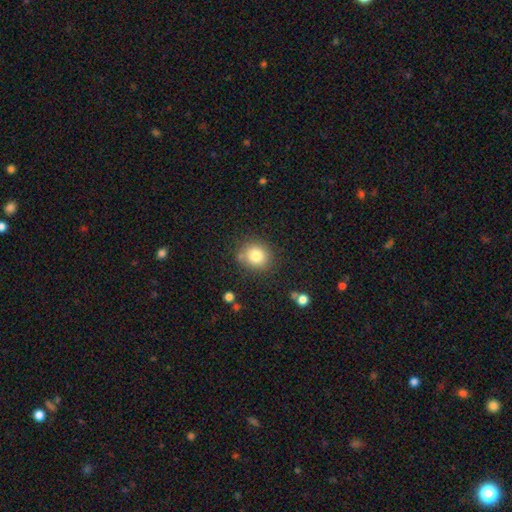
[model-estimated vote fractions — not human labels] Q: Smooth or featured?
A: smooth (81%); runner-up: star or artifact (10%)
Q: How rounded?
A: round (80%); runner-up: in between (19%)
Q: Merging?
A: none (78%); runner-up: minor disturbance (13%)